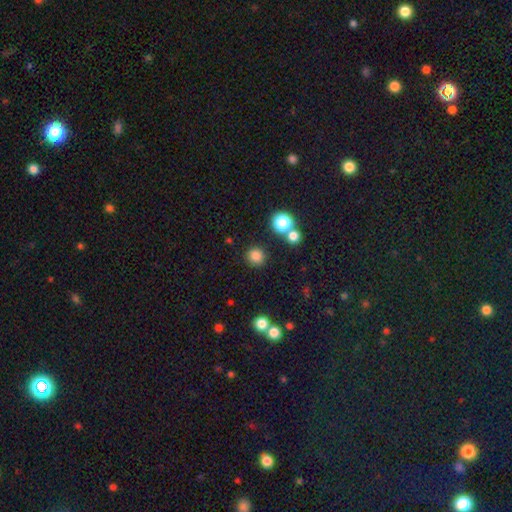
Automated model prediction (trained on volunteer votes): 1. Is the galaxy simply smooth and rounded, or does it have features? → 82% smooth, 14% star or artifact, 4% featured or disk.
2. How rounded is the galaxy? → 92% round, 7% in between, 1% cigar-shaped.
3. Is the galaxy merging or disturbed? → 85% none, 7% minor disturbance, 5% merger, 3% major disturbance.